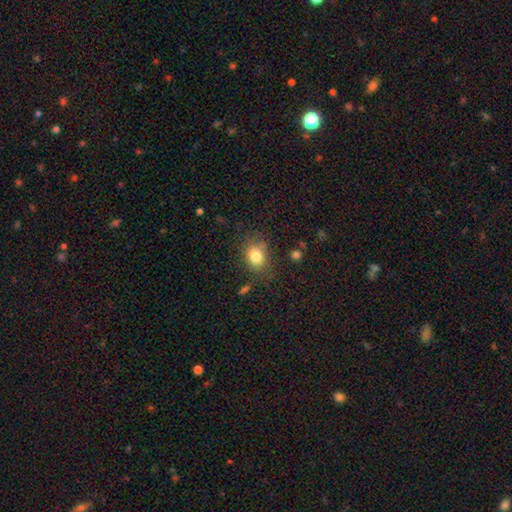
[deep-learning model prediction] Smooth or featured? smooth (81%)
How rounded? in between (57%)
Merging? none (73%)